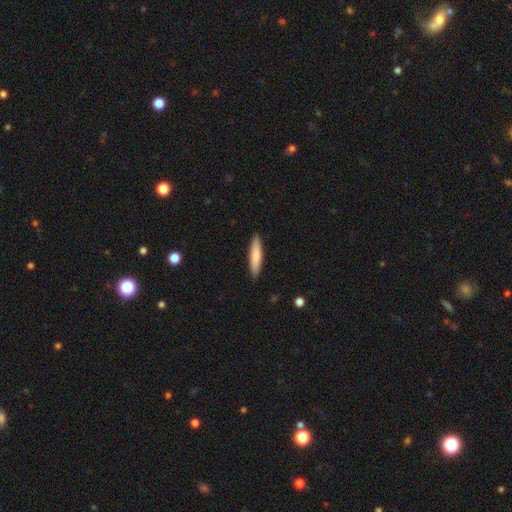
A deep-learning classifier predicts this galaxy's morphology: Overall: smooth (80%). How rounded: cigar-shaped (82%). Merging: none (90%).